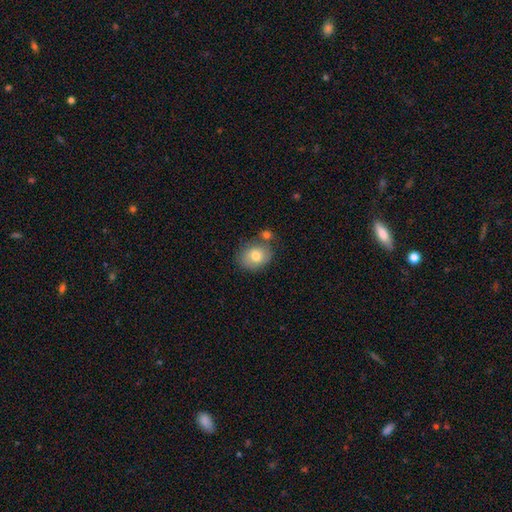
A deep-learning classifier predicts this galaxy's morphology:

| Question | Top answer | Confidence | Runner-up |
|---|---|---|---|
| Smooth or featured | smooth | 76% | featured or disk (16%) |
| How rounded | round | 50% | in between (49%) |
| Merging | none | 61% | minor disturbance (18%) |